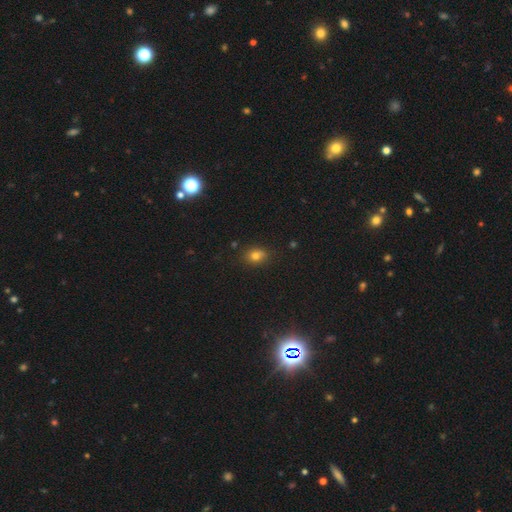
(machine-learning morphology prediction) type=smooth (76%); roundness=round (50%); merging=none (76%).